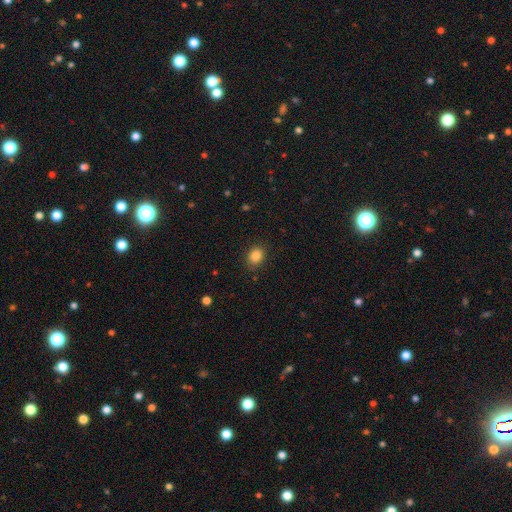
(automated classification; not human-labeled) Smooth or featured: smooth — 86% (star or artifact — 10%)
How rounded: in between — 54% (round — 45%)
Merging: none — 85% (minor disturbance — 11%)